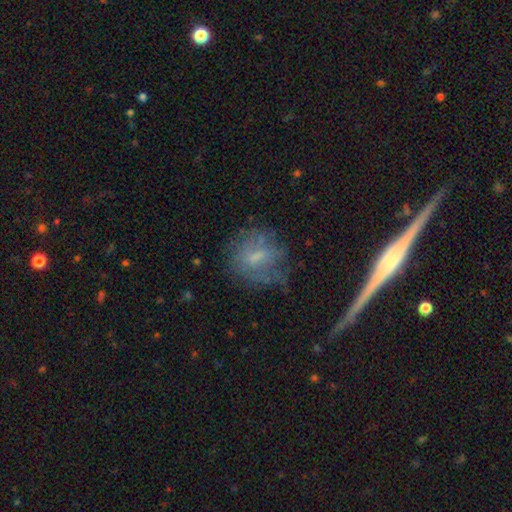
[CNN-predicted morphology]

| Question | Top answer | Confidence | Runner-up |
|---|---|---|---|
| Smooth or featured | smooth | 46% | featured or disk (41%) |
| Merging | none | 59% | minor disturbance (21%) |